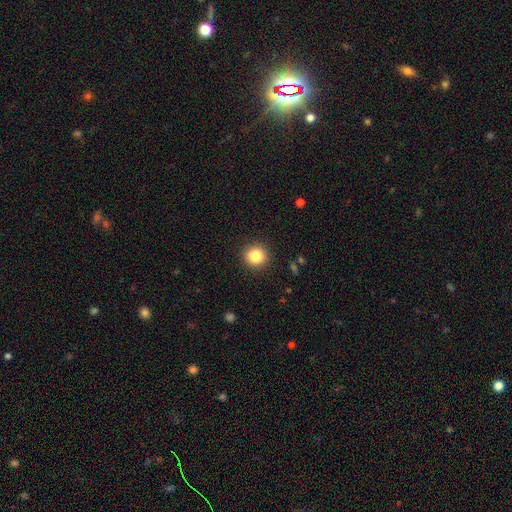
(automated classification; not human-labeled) A smooth galaxy with no disk features (85%) that is round (90%).

Vote fractions:
- Smooth or featured? smooth: 85% / star or artifact: 11% / featured or disk: 5%
- How rounded? round: 90% / in between: 9% / cigar-shaped: 1%
- Merging? none: 91% / minor disturbance: 6% / major disturbance: 2% / merger: 1%